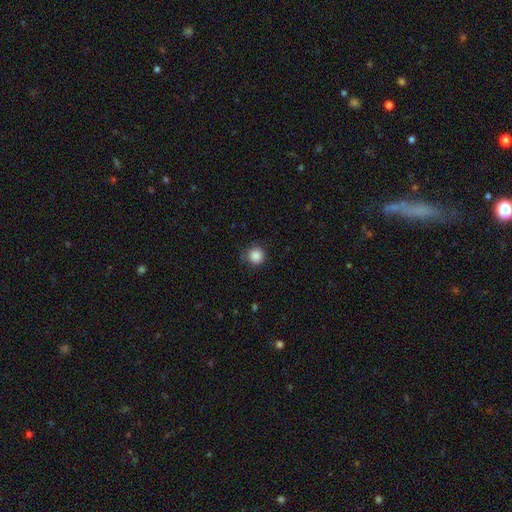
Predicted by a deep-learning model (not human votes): Morphology: type=smooth (87%); roundness=round (95%); merging=none (86%).